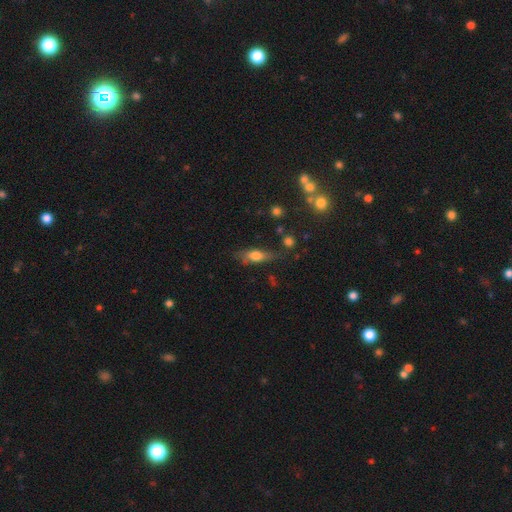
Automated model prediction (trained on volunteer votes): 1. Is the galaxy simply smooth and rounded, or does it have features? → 66% smooth, 26% featured or disk, 8% star or artifact.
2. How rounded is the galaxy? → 62% in between, 34% cigar-shaped, 4% round.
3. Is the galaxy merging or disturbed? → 60% none, 26% minor disturbance, 9% major disturbance, 5% merger.